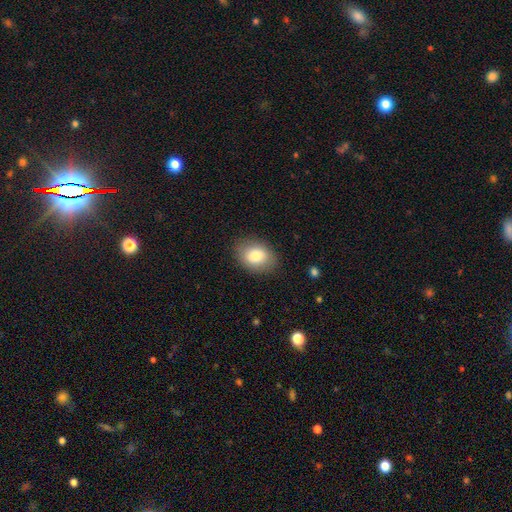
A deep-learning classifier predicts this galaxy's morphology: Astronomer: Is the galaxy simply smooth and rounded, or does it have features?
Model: smooth — 80%.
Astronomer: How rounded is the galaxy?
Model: in between — 73%.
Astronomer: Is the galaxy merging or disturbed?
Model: none — 86%.